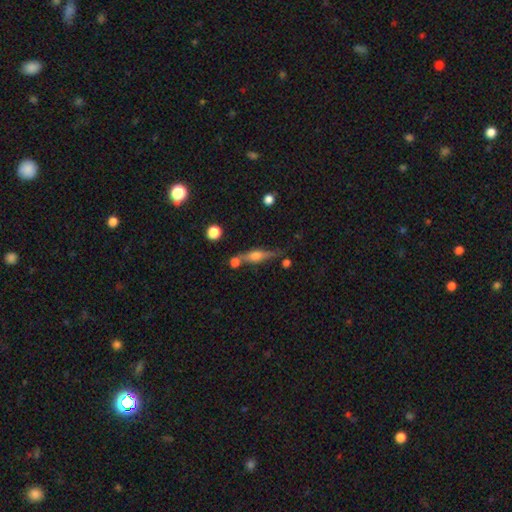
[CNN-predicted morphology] Smooth or featured: featured or disk — 59% (smooth — 32%)
Edge-on disk: yes — 93% (no — 7%)
Edge-on bulge: rounded — 86% (boxy — 10%)
Merging: none — 66% (merger — 16%)